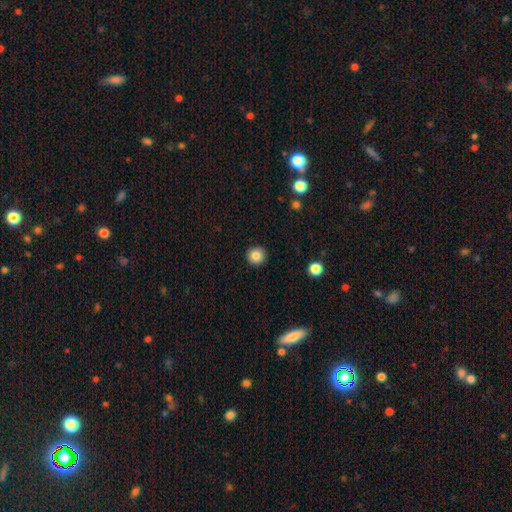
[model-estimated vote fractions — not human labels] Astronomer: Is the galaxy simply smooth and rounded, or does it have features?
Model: smooth — 85%.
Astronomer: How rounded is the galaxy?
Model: round — 93%.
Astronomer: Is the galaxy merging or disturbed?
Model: none — 92%.